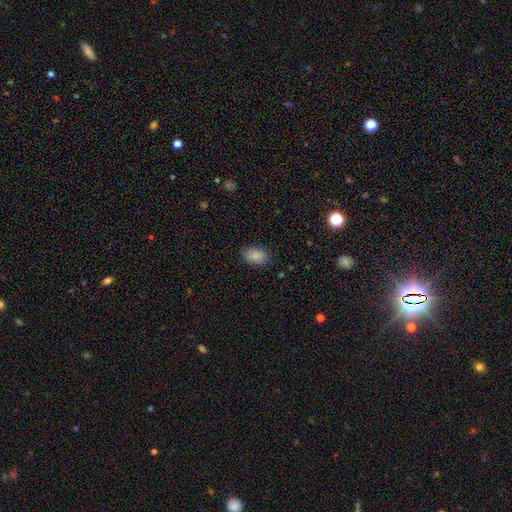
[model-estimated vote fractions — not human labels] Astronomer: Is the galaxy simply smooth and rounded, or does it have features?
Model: smooth — 86%.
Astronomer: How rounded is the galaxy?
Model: in between — 90%.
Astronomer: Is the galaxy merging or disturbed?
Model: none — 81%.